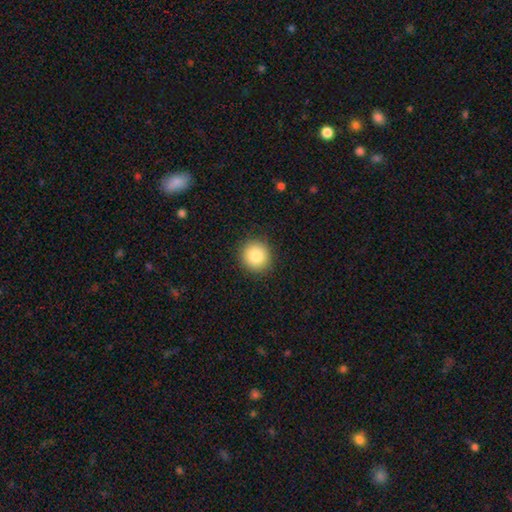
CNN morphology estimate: smooth_or_featured: smooth (p=0.86) [alt: star or artifact p=0.09]
how_rounded: round (p=0.92) [alt: in between p=0.07]
merging: none (p=0.91) [alt: minor disturbance p=0.06]